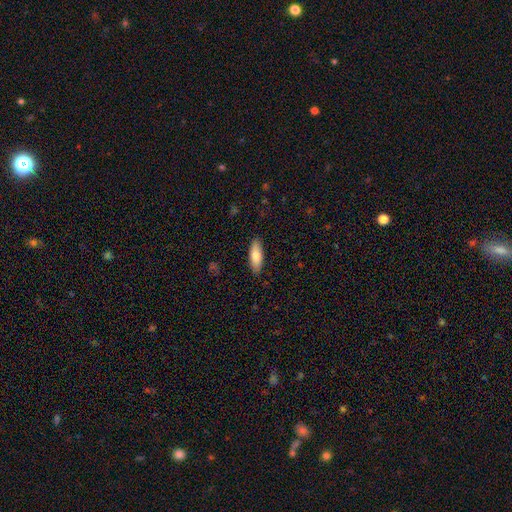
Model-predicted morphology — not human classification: Q: Smooth or featured?
A: smooth (81%); runner-up: featured or disk (13%)
Q: How rounded?
A: in between (62%); runner-up: cigar-shaped (36%)
Q: Merging?
A: none (88%); runner-up: minor disturbance (9%)